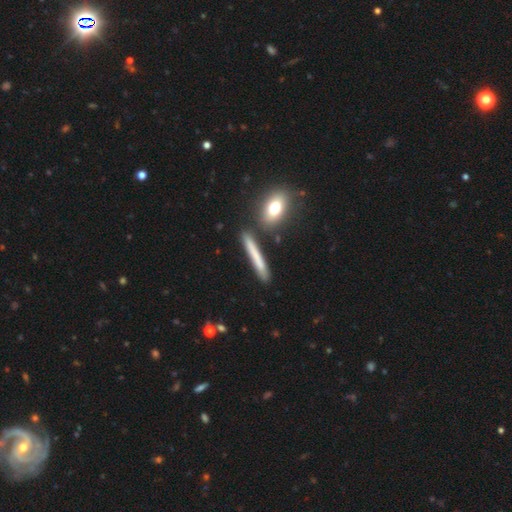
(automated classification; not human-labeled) Smooth or featured?
  - smooth: 66% *
  - featured or disk: 27%
  - star or artifact: 7%
How rounded?
  - cigar-shaped: 93% *
  - in between: 4%
  - round: 2%
Merging?
  - none: 84% *
  - minor disturbance: 9%
  - merger: 4%
  - major disturbance: 2%